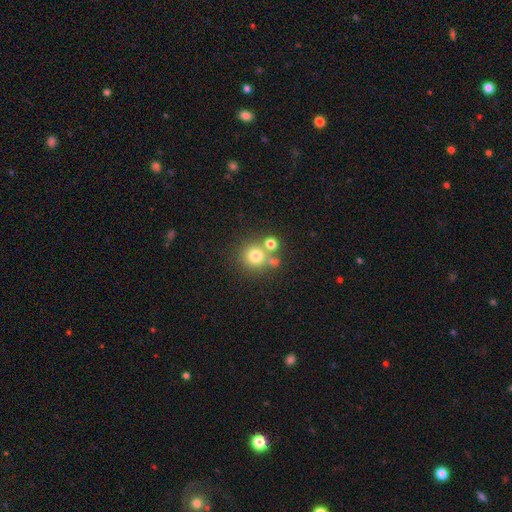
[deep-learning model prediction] smooth 73%, star or artifact 15%, featured or disk 12%. Down the decision tree: how rounded — round (92%); merging — none (62%).